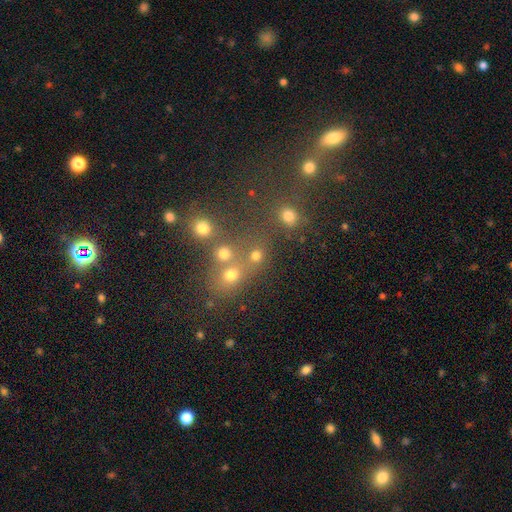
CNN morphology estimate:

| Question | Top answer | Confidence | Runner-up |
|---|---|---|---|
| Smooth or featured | smooth | 73% | star or artifact (19%) |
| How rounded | round | 83% | in between (16%) |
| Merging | none | 60% | merger (26%) |